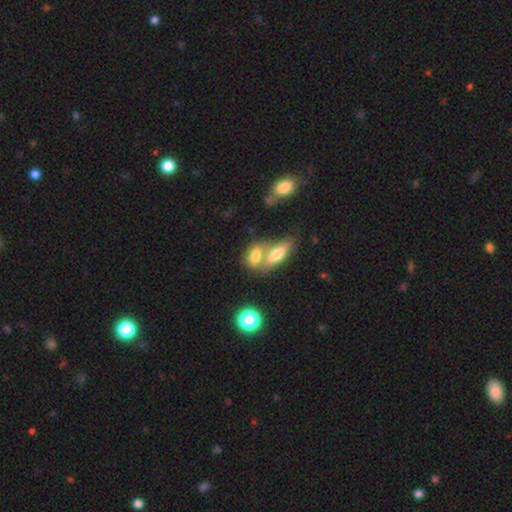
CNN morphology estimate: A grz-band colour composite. It shows a smooth galaxy with no disk features (71%) that is in between round and cigar-shaped (78%). Merging: merger (58%).